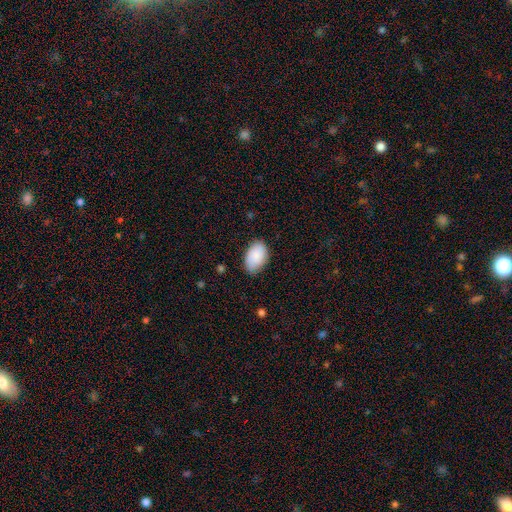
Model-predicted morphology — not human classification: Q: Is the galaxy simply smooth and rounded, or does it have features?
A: smooth — 89%.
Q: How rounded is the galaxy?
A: in between — 93%.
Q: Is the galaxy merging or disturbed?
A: none — 78%.